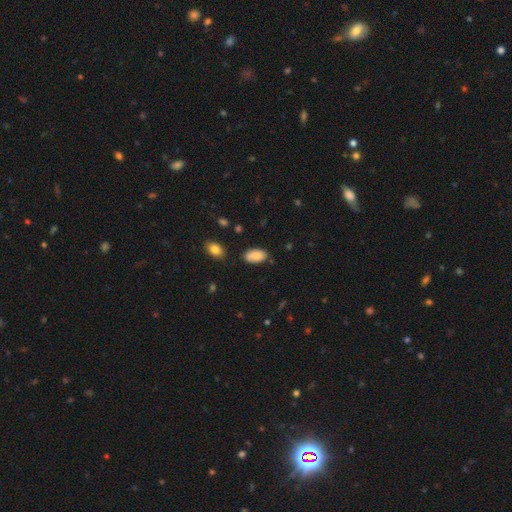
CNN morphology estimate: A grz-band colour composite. It shows a smooth galaxy with no disk features (82%) that is in between round and cigar-shaped (94%). Merging: none (75%).